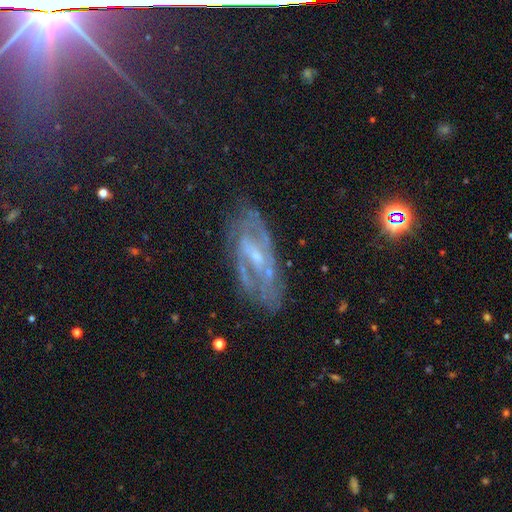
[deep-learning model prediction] Overall: featured or disk (73%). Edge-on disk: no (86%). Bar: weak (48%; no 28%). Spiral arms: yes (80%). Spiral arm count: 2 (43%; can't tell 38%). Spiral winding: tight (42%; medium 40%). Bulge size: small (64%; moderate 26%). Merging: none (72%).